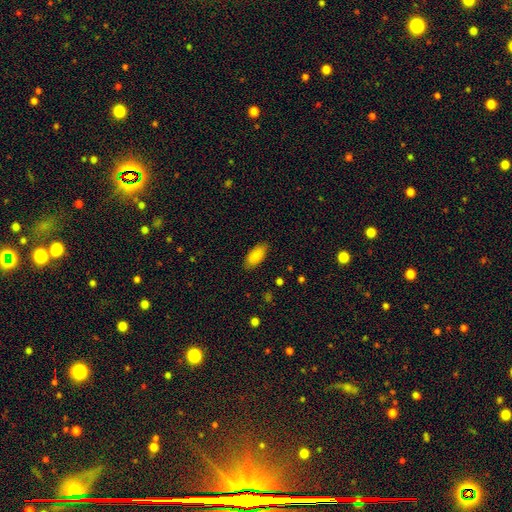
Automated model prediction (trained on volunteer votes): This appears to be a smooth galaxy with no disk features (88%) that is in between round and cigar-shaped (88%). Merging: none (88%).